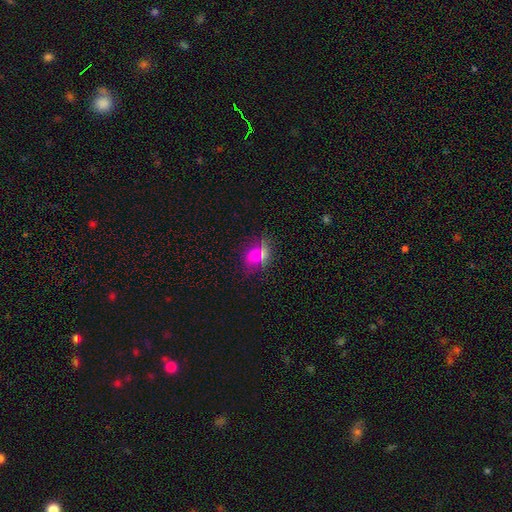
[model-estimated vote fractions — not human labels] Smooth or featured? smooth (64%)
How rounded? round (52%)
Merging? none (76%)